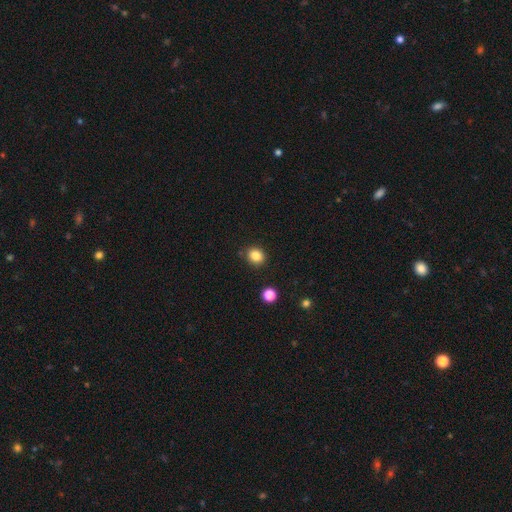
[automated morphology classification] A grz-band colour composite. It shows a smooth galaxy with no disk features (85%) that is round (65%). Merging: none (86%).